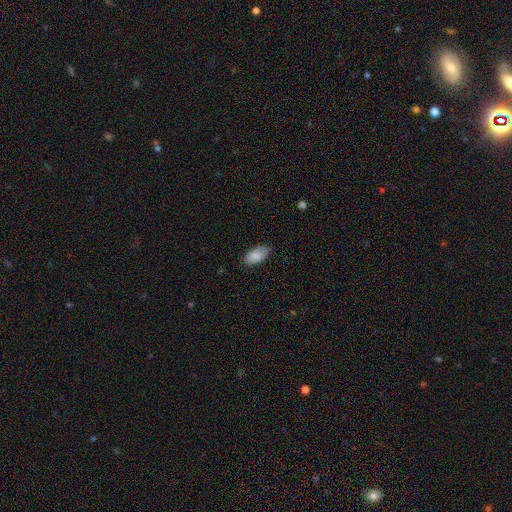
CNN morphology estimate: Q: Smooth or featured?
A: smooth (87%); runner-up: featured or disk (7%)
Q: How rounded?
A: in between (94%); runner-up: cigar-shaped (3%)
Q: Merging?
A: none (83%); runner-up: minor disturbance (14%)